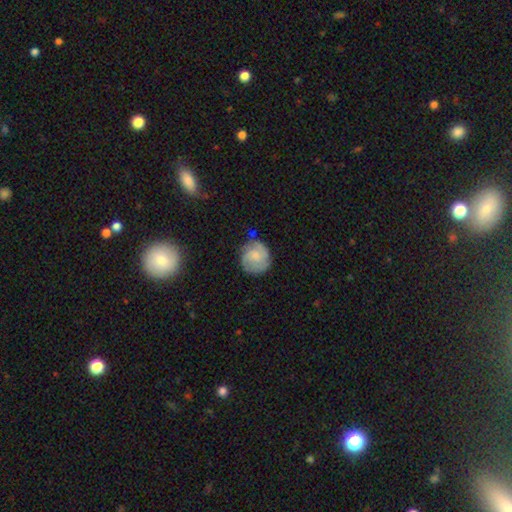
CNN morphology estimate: type=featured or disk (47%); merging=none (65%).